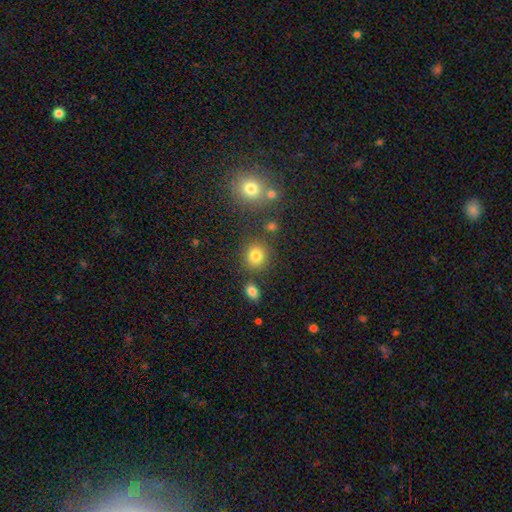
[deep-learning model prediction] A smooth galaxy with no disk features (81%) that is round (84%). Merging: none (80%).